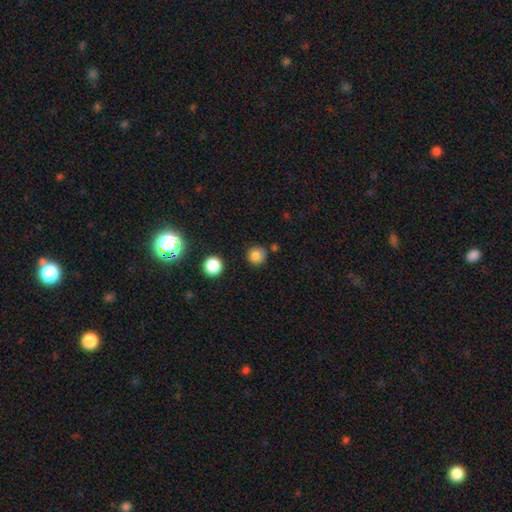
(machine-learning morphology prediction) The model was most divided on "smooth or featured": smooth: 82%, star or artifact: 13%, featured or disk: 5%. More confident: how rounded — round (94%); merging — none (83%).